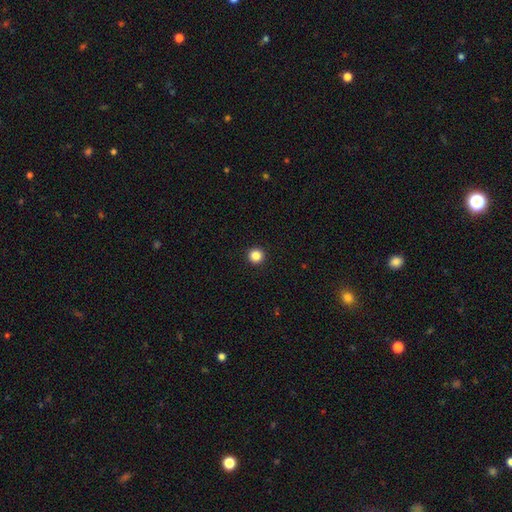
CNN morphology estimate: type=smooth (86%); roundness=round (96%); merging=none (94%).